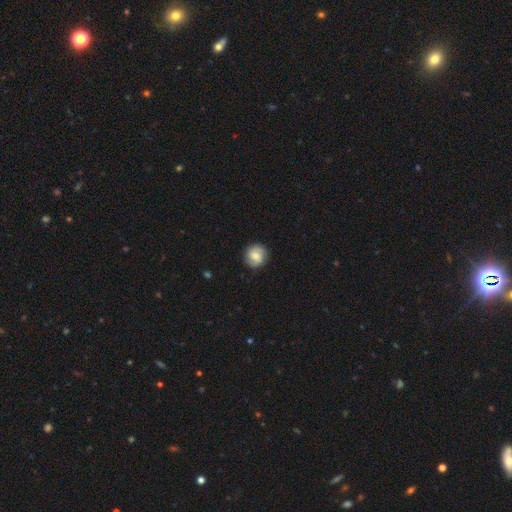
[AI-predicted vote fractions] A smooth galaxy with no disk features (56%) that is round (89%). Merging: none (87%).